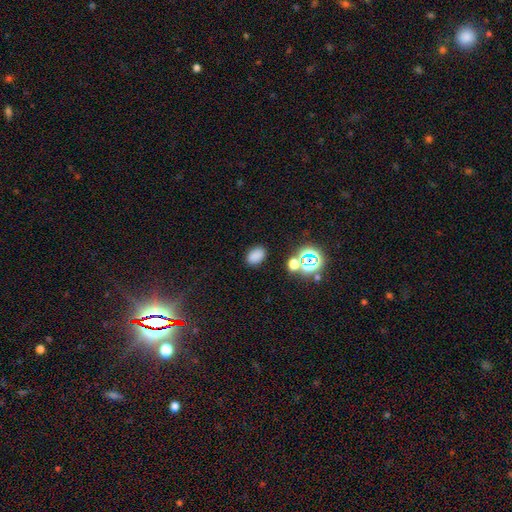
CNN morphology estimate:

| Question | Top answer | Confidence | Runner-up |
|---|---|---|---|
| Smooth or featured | smooth | 79% | star or artifact (16%) |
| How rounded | in between | 82% | round (17%) |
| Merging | none | 84% | minor disturbance (9%) |